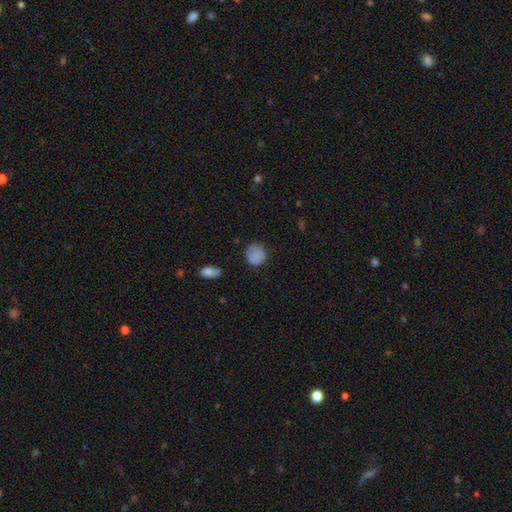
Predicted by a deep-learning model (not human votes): Morphology: type=smooth (83%); roundness=round (83%); merging=none (73%).